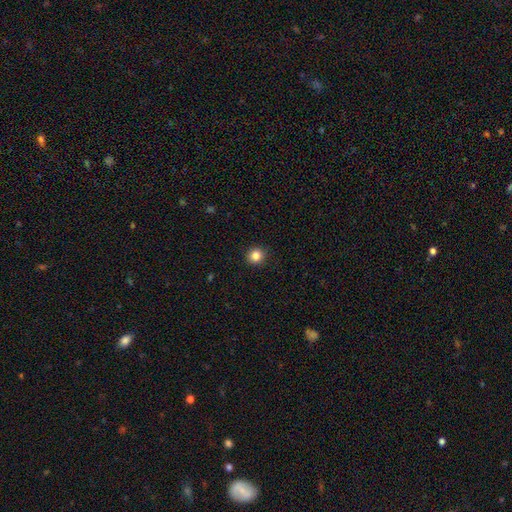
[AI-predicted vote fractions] A smooth galaxy with no disk features (85%) that is round (92%).

Vote fractions:
- Smooth or featured? smooth: 85% / star or artifact: 11% / featured or disk: 4%
- How rounded? round: 92% / in between: 7% / cigar-shaped: 1%
- Merging? none: 92% / minor disturbance: 5% / major disturbance: 2% / merger: 1%